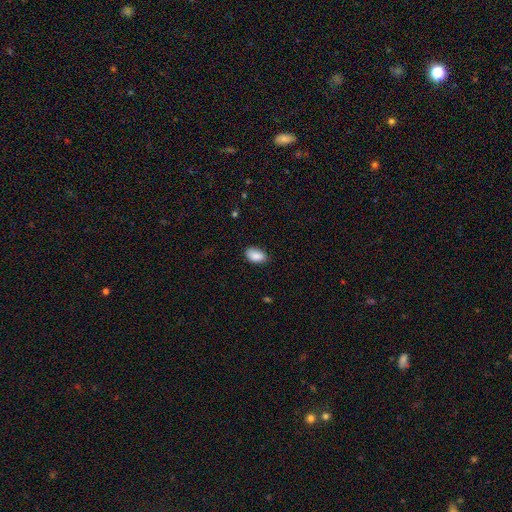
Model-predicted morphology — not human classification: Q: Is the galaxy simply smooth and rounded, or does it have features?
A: smooth — 89%.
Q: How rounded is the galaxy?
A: in between — 92%.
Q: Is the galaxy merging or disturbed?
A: none — 79%.